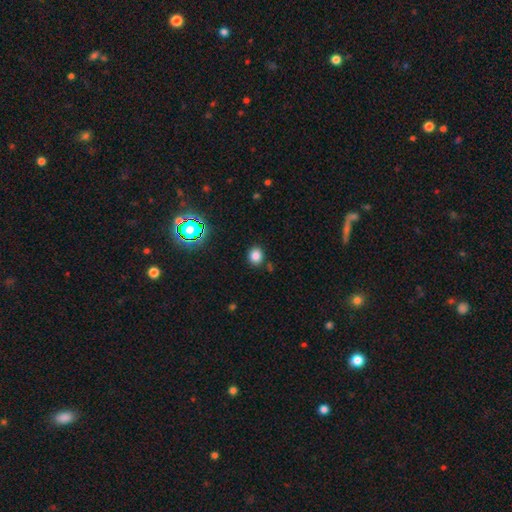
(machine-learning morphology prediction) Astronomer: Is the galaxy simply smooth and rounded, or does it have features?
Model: smooth — 81%.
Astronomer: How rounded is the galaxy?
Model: round — 71%.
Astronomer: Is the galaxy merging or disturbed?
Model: none — 86%.